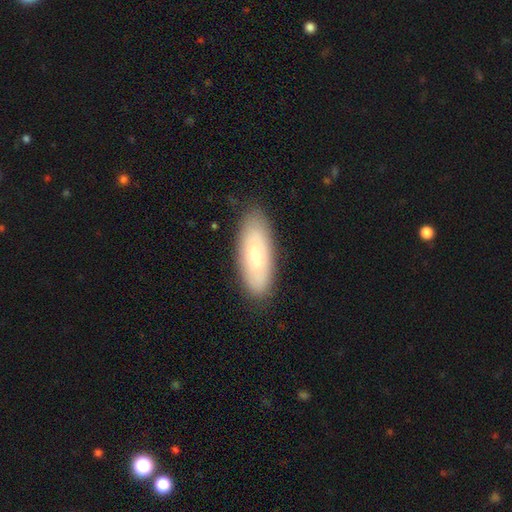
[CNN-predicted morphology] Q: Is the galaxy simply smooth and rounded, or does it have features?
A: smooth — 64%.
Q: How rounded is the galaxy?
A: in between — 72%.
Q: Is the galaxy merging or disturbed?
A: none — 85%.